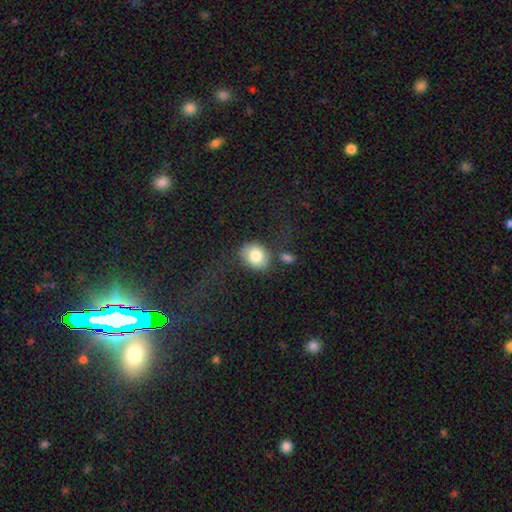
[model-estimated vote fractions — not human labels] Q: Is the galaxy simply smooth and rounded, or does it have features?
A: smooth — 80%.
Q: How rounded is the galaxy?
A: round — 53%.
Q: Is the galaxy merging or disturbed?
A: none — 67%.